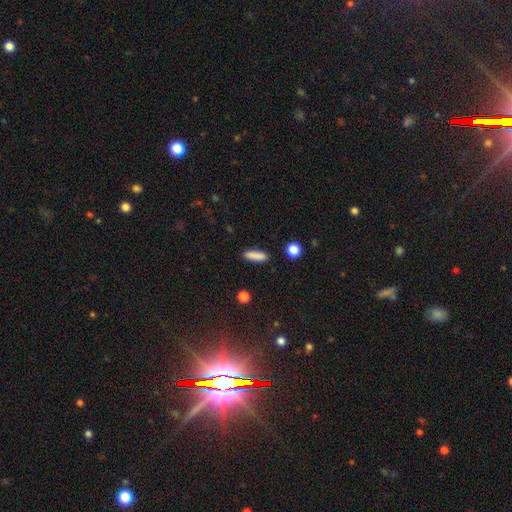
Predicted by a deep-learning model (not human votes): A smooth galaxy with no disk features (86%) that is cigar-shaped (69%). Merging: none (88%).